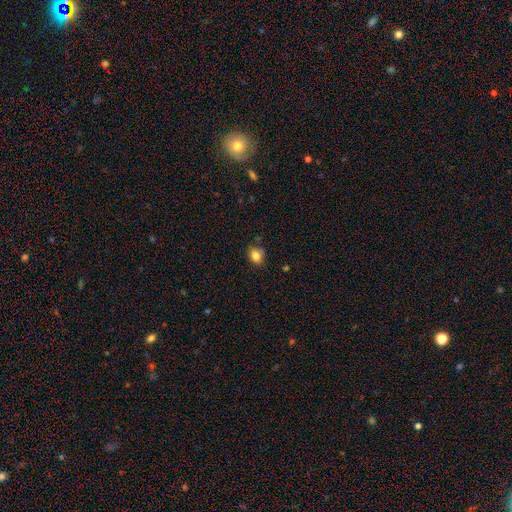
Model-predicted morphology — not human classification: smooth-or-featured: smooth: 81% | star or artifact: 11% | featured or disk: 8%
  how-rounded: round: 53% | in between: 46% | cigar-shaped: 1%
  merging: none: 72% | minor disturbance: 20% | merger: 4% | major disturbance: 4%